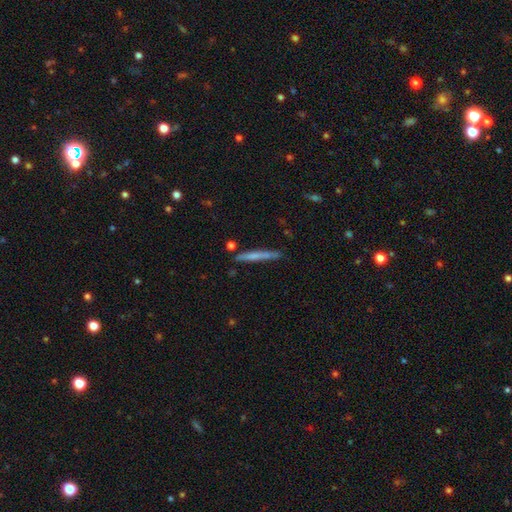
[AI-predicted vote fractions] A smooth galaxy with no disk features (57%) that is cigar-shaped (96%). Merging: none (83%).